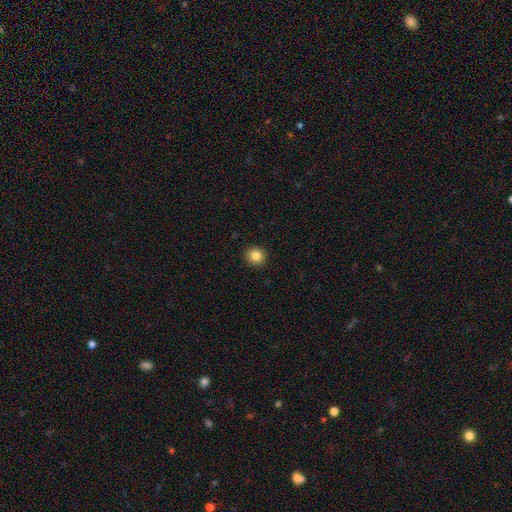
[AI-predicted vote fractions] A smooth galaxy with no disk features (84%) that is round (91%). Merging: none (92%).